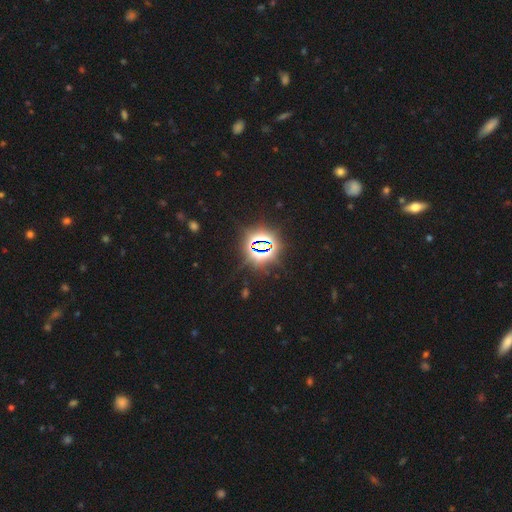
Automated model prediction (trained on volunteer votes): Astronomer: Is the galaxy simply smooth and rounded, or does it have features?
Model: star or artifact — 80%.